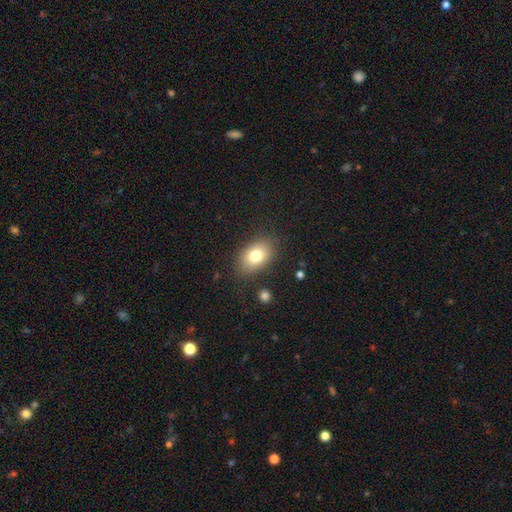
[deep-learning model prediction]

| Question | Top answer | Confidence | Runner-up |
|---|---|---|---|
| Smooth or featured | smooth | 78% | featured or disk (13%) |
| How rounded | in between | 85% | round (14%) |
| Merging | none | 82% | minor disturbance (12%) |